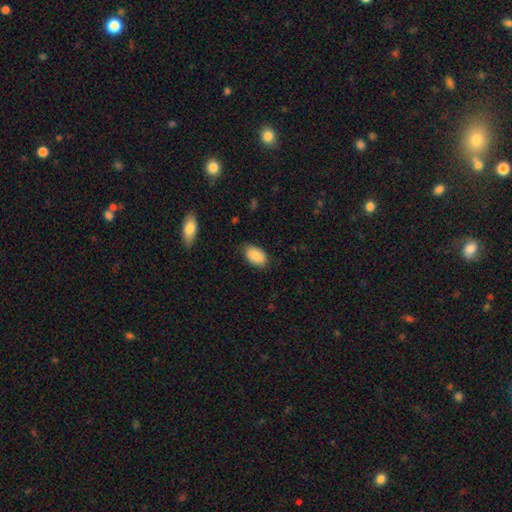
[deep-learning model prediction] Smooth or featured? smooth (87%)
How rounded? in between (92%)
Merging? none (83%)